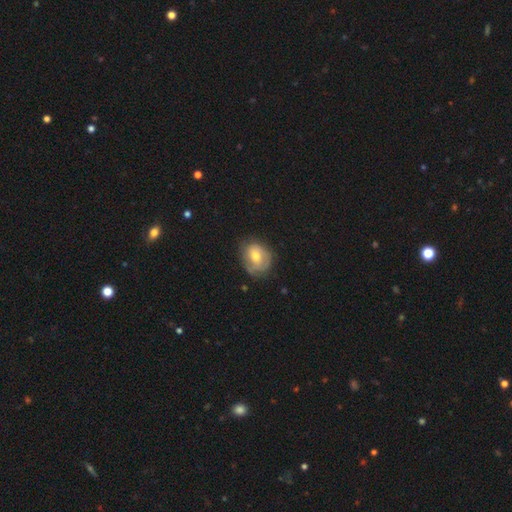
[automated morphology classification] A smooth galaxy with no disk features (52%) that is in between round and cigar-shaped (50%).

Vote fractions:
- Smooth or featured? smooth: 52% / featured or disk: 40% / star or artifact: 8%
- How rounded? in between: 50% / round: 48% / cigar-shaped: 1%
- Merging? none: 63% / minor disturbance: 27% / major disturbance: 9% / merger: 2%